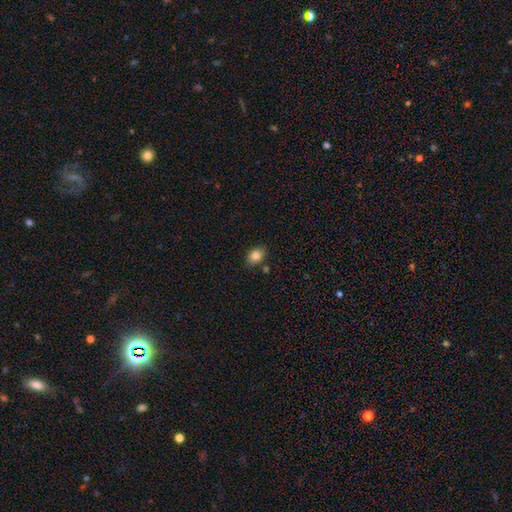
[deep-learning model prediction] smooth 83%, star or artifact 9%, featured or disk 7%. Down the decision tree: how rounded — in between (76%); merging — none (81%).